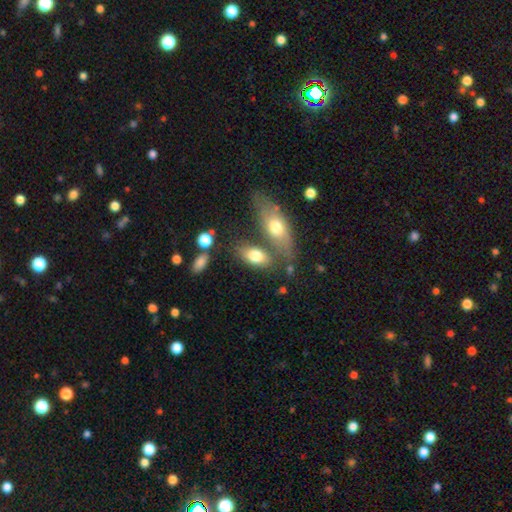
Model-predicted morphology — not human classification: The model was most divided on "merging": none: 50%, merger: 29%, minor disturbance: 15%, major disturbance: 6%. More confident: how rounded — in between (88%); smooth or featured — smooth (76%).